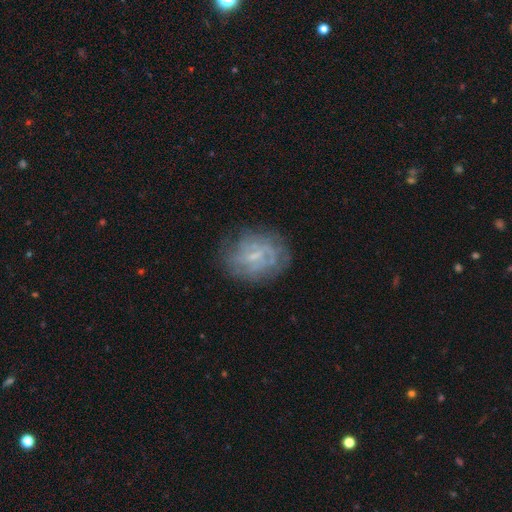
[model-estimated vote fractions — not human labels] This is likely a featured or disk galaxy (66%). It is clearly not viewed edge-on (97%). Bar: possibly weak (52%). Spiral arm pattern: likely yes (70%). Central bulge: likely small (61%). Merging: likely none (72%).